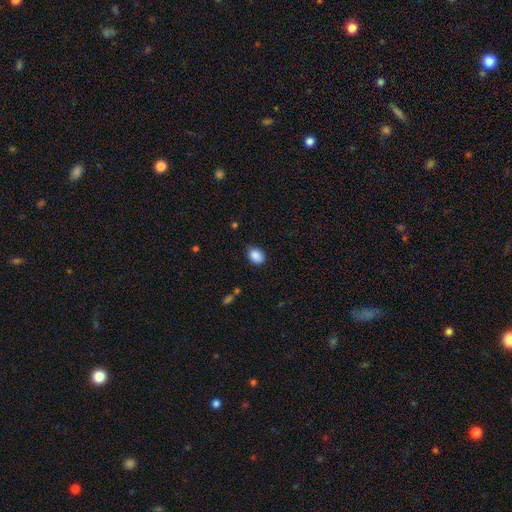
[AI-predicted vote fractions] Smooth or featured?
  - smooth: 88% *
  - star or artifact: 8%
  - featured or disk: 4%
How rounded?
  - in between: 73% *
  - round: 26%
  - cigar-shaped: 1%
Merging?
  - none: 79% *
  - minor disturbance: 17%
  - major disturbance: 3%
  - merger: 1%